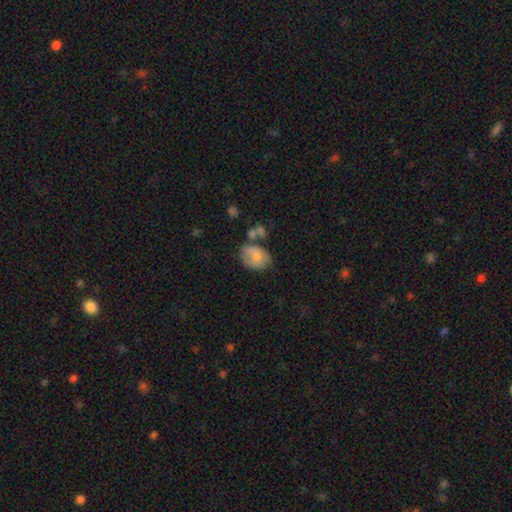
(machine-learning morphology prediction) This is likely a smooth galaxy (72%). How rounded: likely in between (65%). Merging: possibly none (48%).